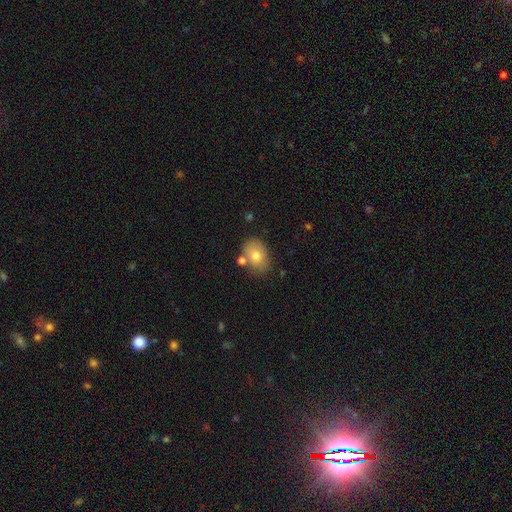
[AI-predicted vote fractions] Smooth or featured? smooth (75%)
How rounded? in between (74%)
Merging? none (70%)